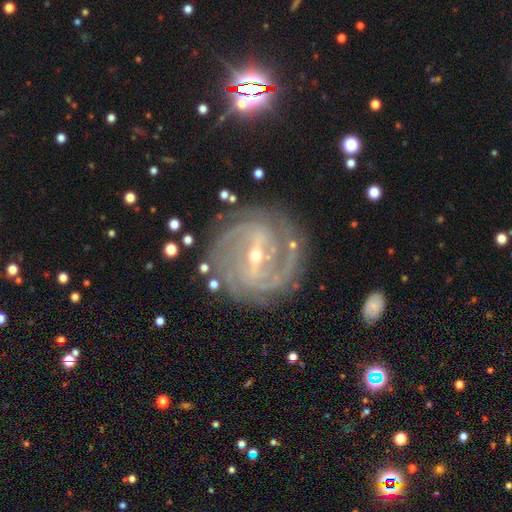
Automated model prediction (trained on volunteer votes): A featured or disk galaxy (90%) with a strong bar (57%), 2 (35%) tight (65%) spiral arms (97%) and a small central bulge (68%). Merging: none (80%).